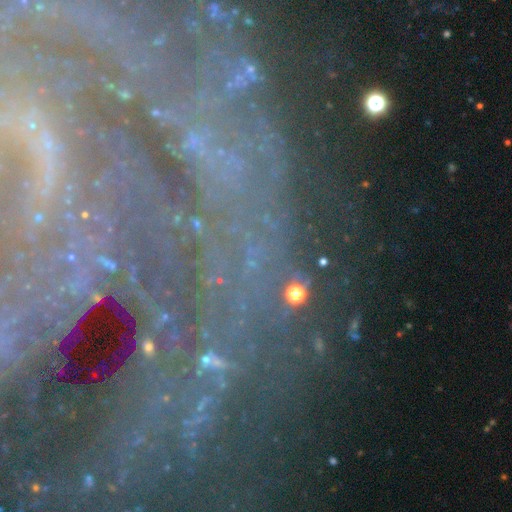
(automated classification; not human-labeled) featured or disk 50%, star or artifact 37%, smooth 14%. Down the decision tree: merging — none (68%).